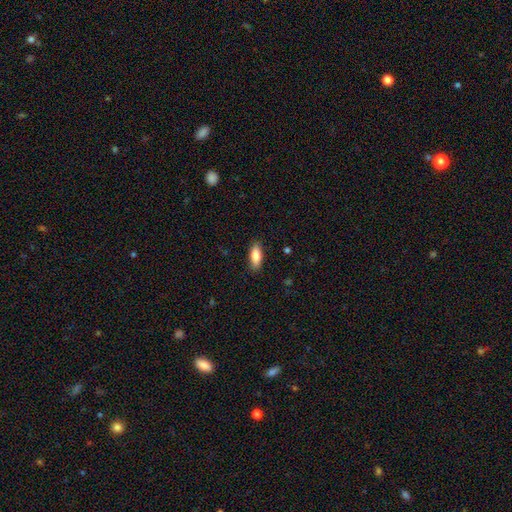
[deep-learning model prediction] Smooth or featured? smooth (84%)
How rounded? in between (79%)
Merging? none (87%)